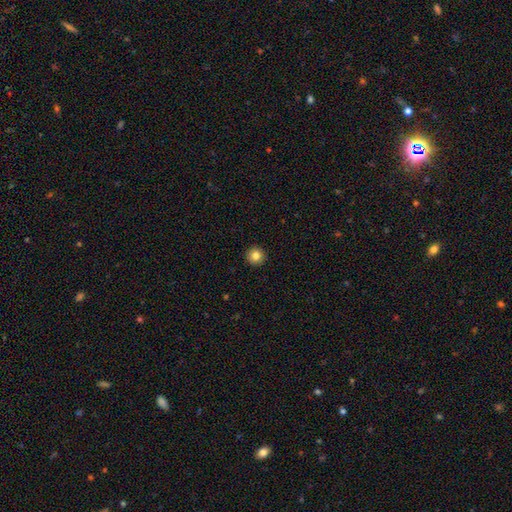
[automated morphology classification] Overall: smooth (83%). How rounded: round (95%). Merging: none (94%).